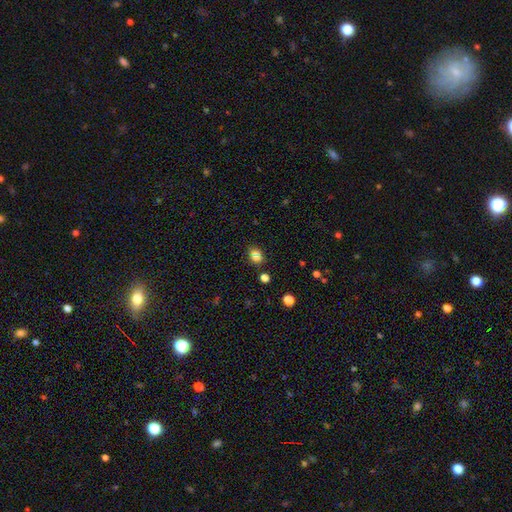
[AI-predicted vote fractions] Smooth or featured: smooth — 75% (star or artifact — 17%)
How rounded: round — 58% (in between — 40%)
Merging: none — 63% (merger — 20%)